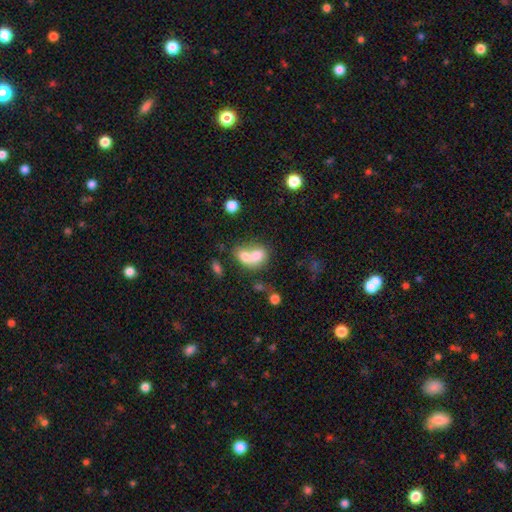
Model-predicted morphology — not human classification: Overall: smooth (71%). How rounded: in between (62%; round 36%). Merging: merger (73%).